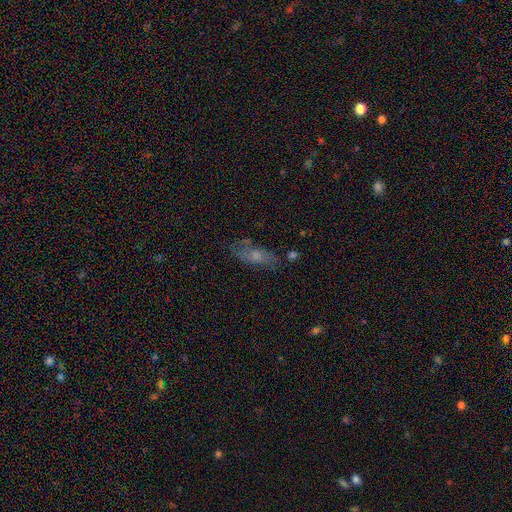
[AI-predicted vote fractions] Smooth or featured: smooth — 53% (featured or disk — 34%)
How rounded: in between — 68% (cigar-shaped — 27%)
Merging: none — 61% (minor disturbance — 23%)